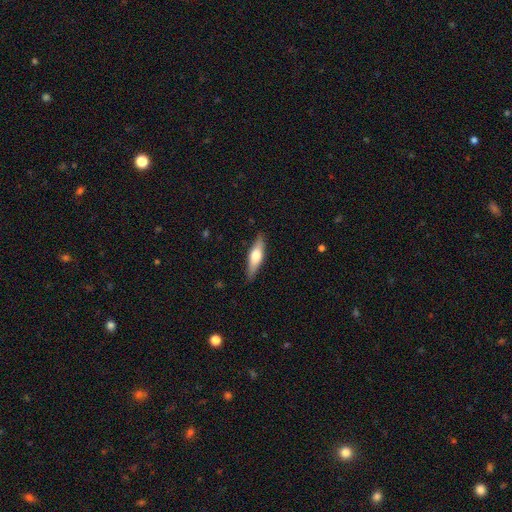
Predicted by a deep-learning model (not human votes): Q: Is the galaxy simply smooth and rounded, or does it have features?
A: smooth — 48%.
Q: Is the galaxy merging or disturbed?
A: none — 87%.